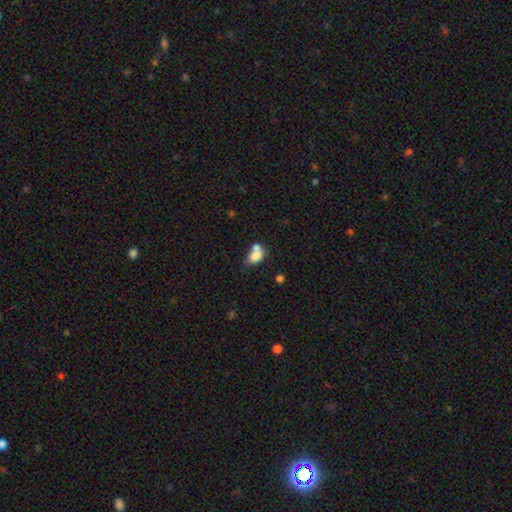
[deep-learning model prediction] Morphology: type=smooth (76%); roundness=in between (73%); merging=merger (53%).